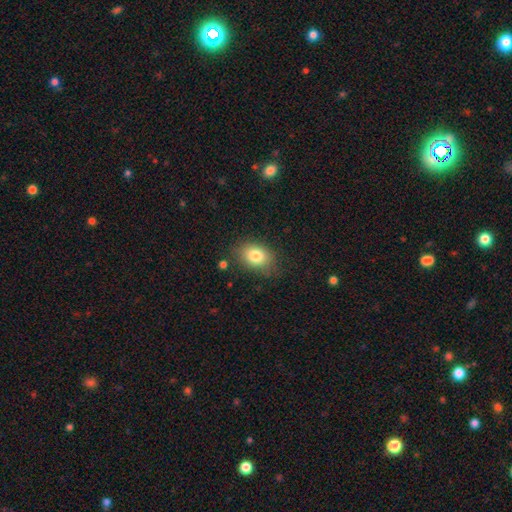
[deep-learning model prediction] Smooth or featured?
  - smooth: 81% *
  - featured or disk: 10%
  - star or artifact: 9%
How rounded?
  - in between: 73% *
  - round: 25%
  - cigar-shaped: 1%
Merging?
  - none: 78% *
  - minor disturbance: 15%
  - major disturbance: 4%
  - merger: 2%